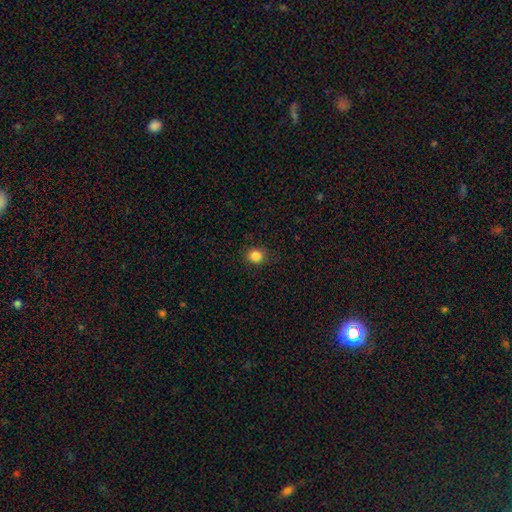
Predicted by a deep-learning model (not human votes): Smooth or featured? Predicted: smooth (p=0.85). How rounded? Predicted: round (p=0.81). Merging? Predicted: none (p=0.89).